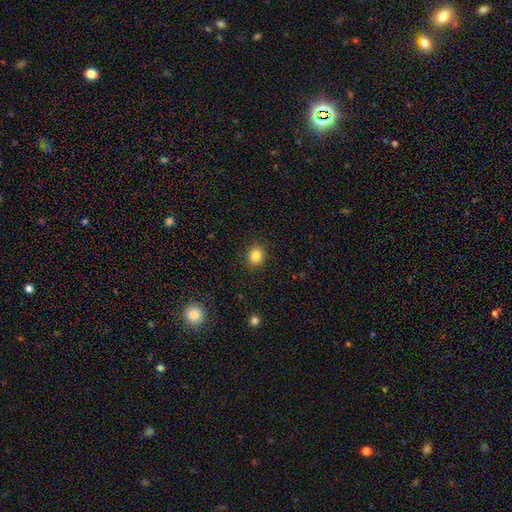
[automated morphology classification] A smooth galaxy with no disk features (83%) that is round (67%). Merging: none (90%).